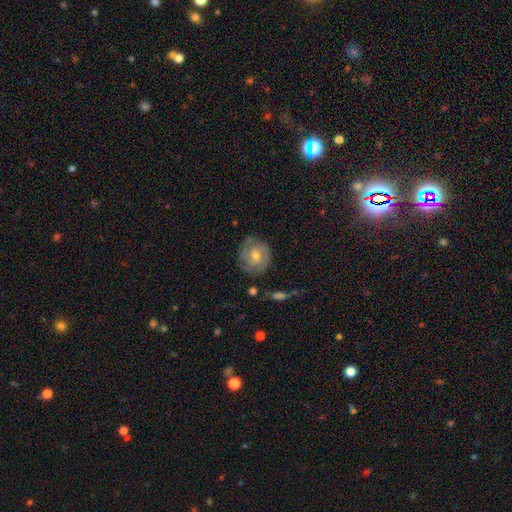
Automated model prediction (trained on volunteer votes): A featured or disk galaxy (70%) with no bar (62%), 2 (43%) tight (63%) spiral arms (90%) and a moderate central bulge (68%).

Vote fractions:
- Smooth or featured? featured or disk: 70% / smooth: 22% / star or artifact: 8%
- Edge-on disk? no: 97% / yes: 3%
- Bar? no: 62% / weak: 33% / strong: 6%
- Spiral arms? yes: 90% / no: 10%
- Spiral winding? tight: 63% / medium: 29% / loose: 8%
- Spiral arm count? 2: 43% / can't tell: 28% / 3: 16% / 1: 4% / 4: 4% / more than 4: 3%
- Bulge size? moderate: 68% / small: 26% / large: 4% / none: 2% / dominant: 1%
- Merging? none: 76% / minor disturbance: 17% / major disturbance: 5% / merger: 2%